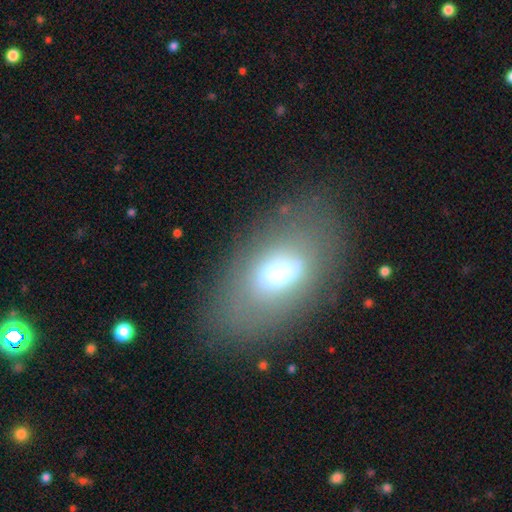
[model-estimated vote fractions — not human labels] Smooth or featured: smooth — 54% (featured or disk — 34%)
How rounded: in between — 89% (round — 7%)
Merging: none — 79% (minor disturbance — 13%)